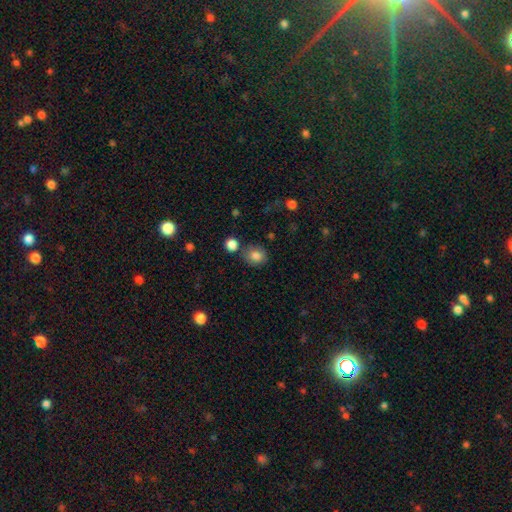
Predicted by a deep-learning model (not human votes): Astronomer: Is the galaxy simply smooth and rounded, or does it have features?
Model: smooth — 83%.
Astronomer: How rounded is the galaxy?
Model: round — 70%.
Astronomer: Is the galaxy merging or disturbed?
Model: none — 74%.